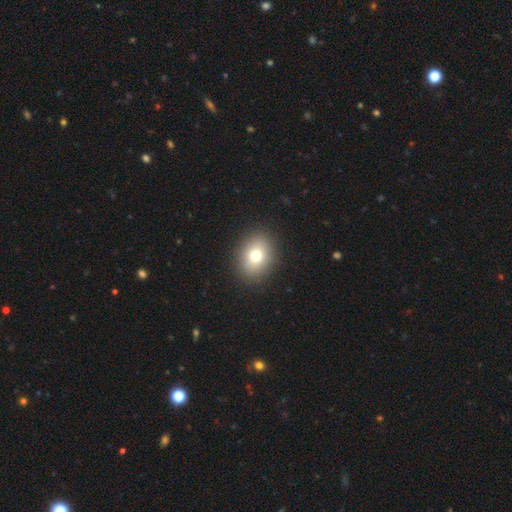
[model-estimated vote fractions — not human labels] Smooth or featured? Predicted: smooth (p=0.75). How rounded? Predicted: in between (p=0.58). Merging? Predicted: none (p=0.89).